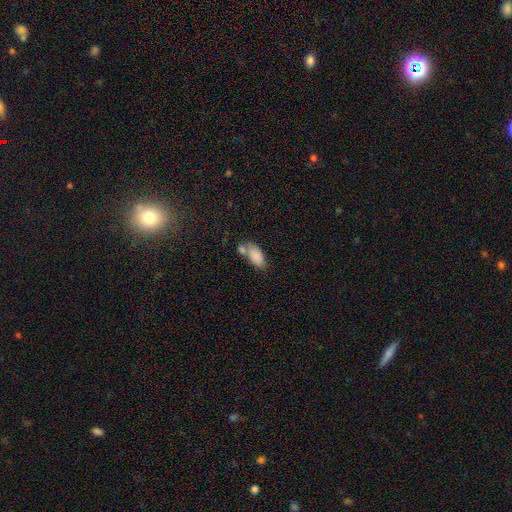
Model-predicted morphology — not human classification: A smooth galaxy with no disk features (85%) that is in between round and cigar-shaped (90%). Merging: none (50%).